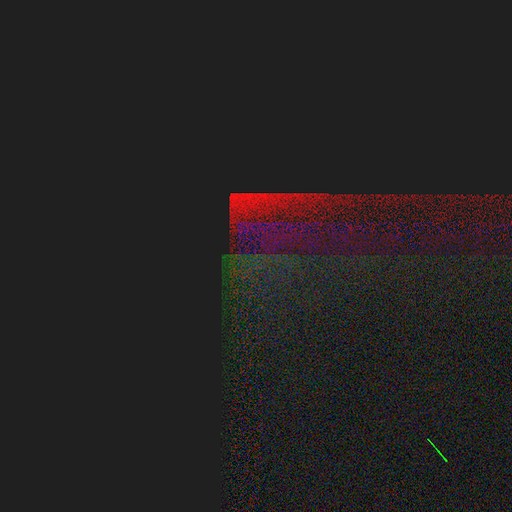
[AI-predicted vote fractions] Morphology: type=star or artifact (83%).